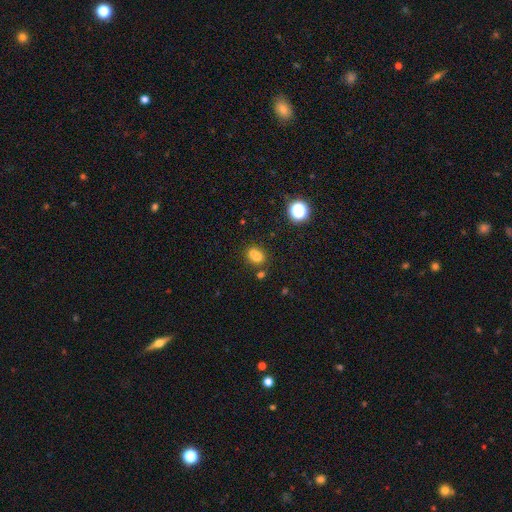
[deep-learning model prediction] This is likely a smooth galaxy (70%). How rounded: possibly round (57%). Merging: marginally merger (45%).